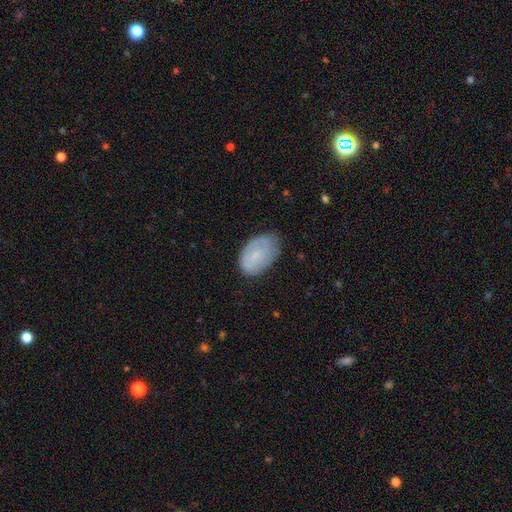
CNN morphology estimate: smooth 59%, featured or disk 34%, star or artifact 7%. Down the decision tree: how rounded — in between (90%); merging — none (66%).